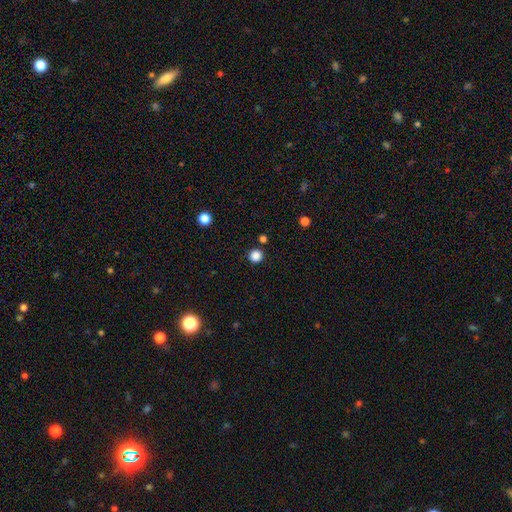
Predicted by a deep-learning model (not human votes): Overall: smooth (85%). How rounded: round (96%). Merging: none (90%).